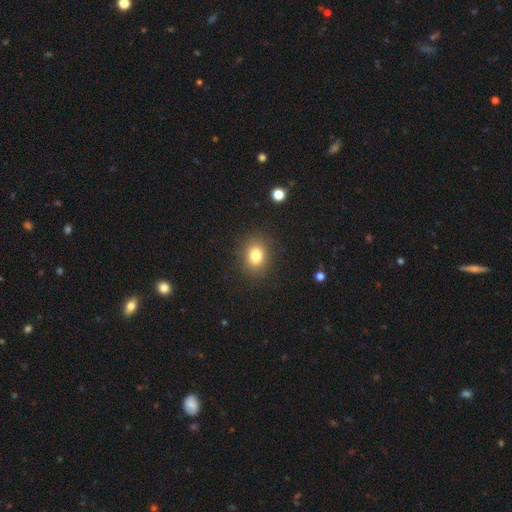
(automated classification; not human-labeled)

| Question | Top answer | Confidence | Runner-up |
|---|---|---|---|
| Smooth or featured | smooth | 81% | star or artifact (12%) |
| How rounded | round | 57% | in between (42%) |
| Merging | none | 87% | minor disturbance (8%) |